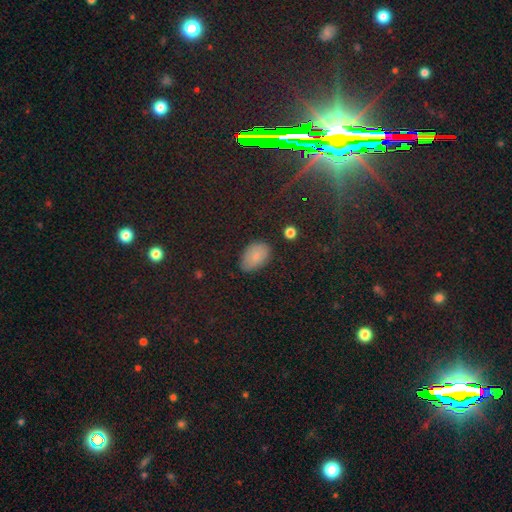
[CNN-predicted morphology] A smooth galaxy with no disk features (75%) that is in between round and cigar-shaped (89%). Merging: none (79%).